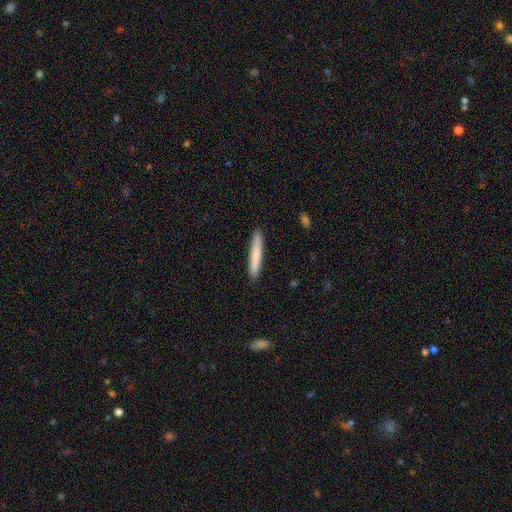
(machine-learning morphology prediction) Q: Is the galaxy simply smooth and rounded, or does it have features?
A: smooth — 79%.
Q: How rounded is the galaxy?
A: cigar-shaped — 95%.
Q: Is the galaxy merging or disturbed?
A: none — 91%.